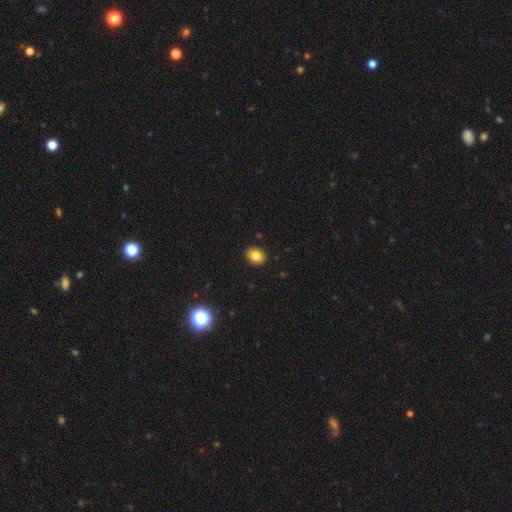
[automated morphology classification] A smooth galaxy with no disk features (82%) that is in between round and cigar-shaped (59%). Merging: none (91%).